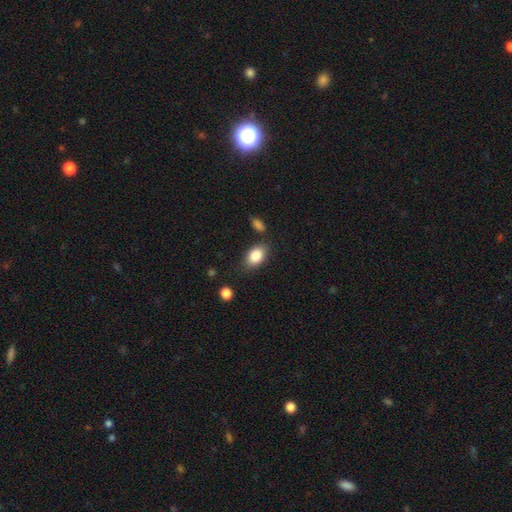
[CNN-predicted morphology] A smooth galaxy with no disk features (84%) that is in between round and cigar-shaped (86%). Merging: none (76%).